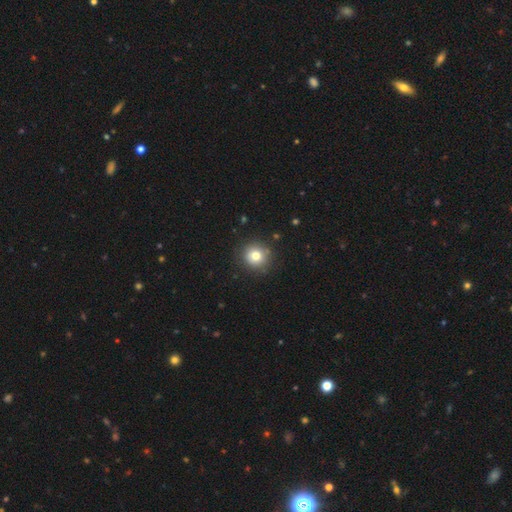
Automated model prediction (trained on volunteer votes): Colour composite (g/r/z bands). It shows a smooth galaxy with no disk features (78%) that is round (93%). Merging: none (88%).